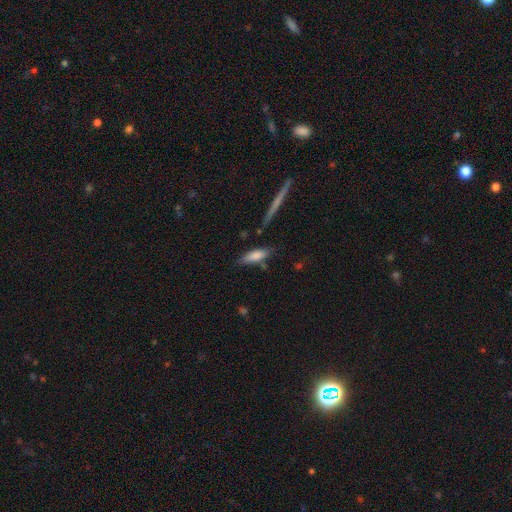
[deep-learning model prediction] Q: Smooth or featured?
A: smooth (80%); runner-up: featured or disk (13%)
Q: How rounded?
A: in between (53%); runner-up: cigar-shaped (45%)
Q: Merging?
A: none (71%); runner-up: minor disturbance (19%)